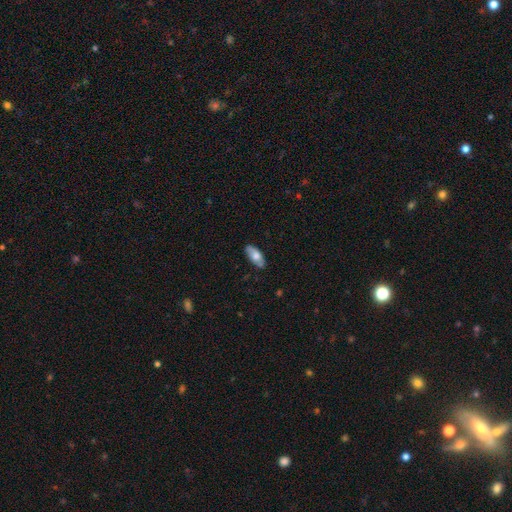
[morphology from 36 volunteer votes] type=smooth (69%); roundness=in between (92%); merging=none (80%).